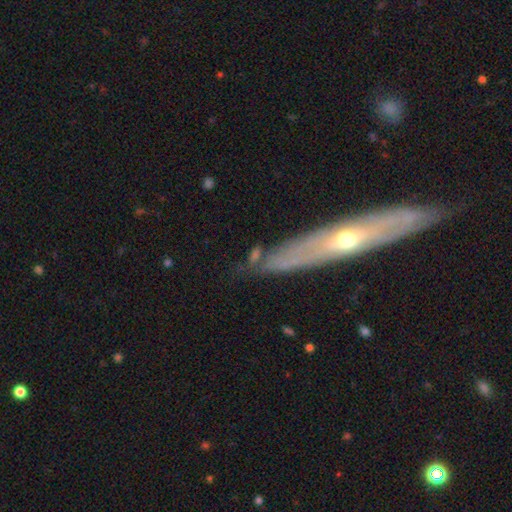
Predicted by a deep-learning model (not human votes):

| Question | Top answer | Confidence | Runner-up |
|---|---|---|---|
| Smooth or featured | smooth | 47% | featured or disk (34%) |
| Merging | none | 64% | minor disturbance (18%) |